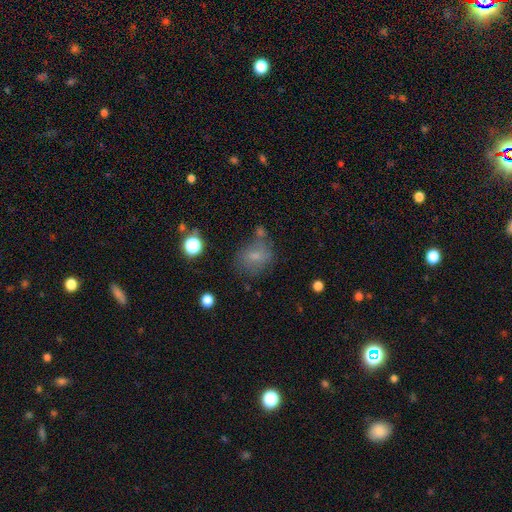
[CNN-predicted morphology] The model was most divided on "how rounded": round: 52%, in between: 47%, cigar-shaped: 2%. More confident: smooth or featured — smooth (67%); merging — none (58%).